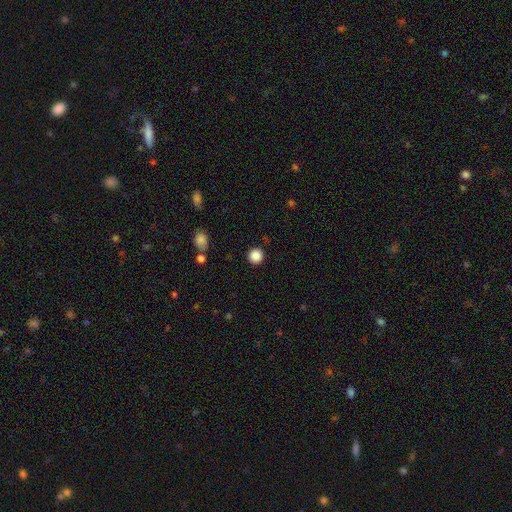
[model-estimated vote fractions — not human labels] smooth_or_featured: smooth (p=0.87) [alt: star or artifact p=0.10]
how_rounded: round (p=0.95) [alt: in between p=0.04]
merging: none (p=0.91) [alt: minor disturbance p=0.05]